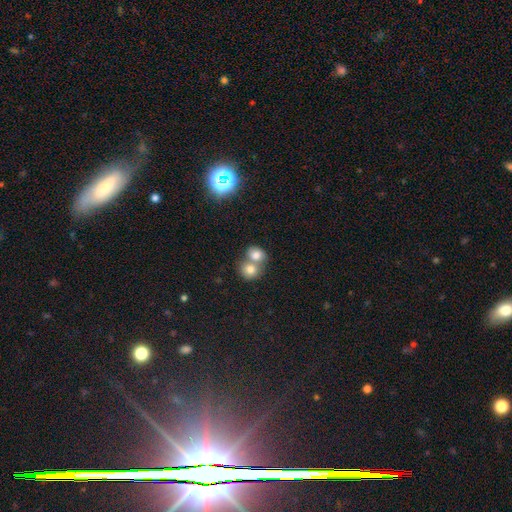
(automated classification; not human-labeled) Morphology: type=smooth (77%); roundness=round (67%); merging=merger (64%).